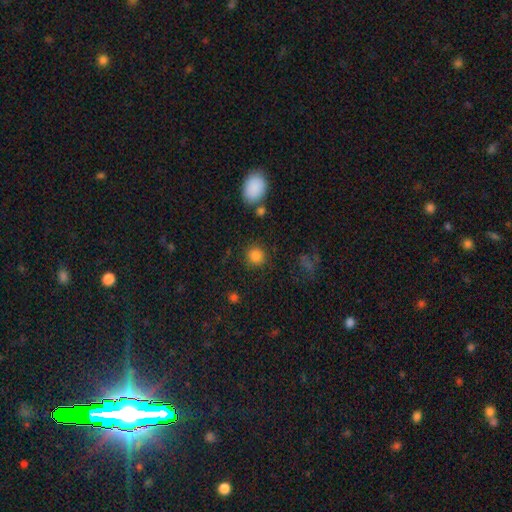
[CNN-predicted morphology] Smooth or featured?
  - smooth: 83% *
  - star or artifact: 12%
  - featured or disk: 5%
How rounded?
  - round: 89% *
  - in between: 10%
  - cigar-shaped: 1%
Merging?
  - none: 86% *
  - minor disturbance: 8%
  - major disturbance: 3%
  - merger: 3%